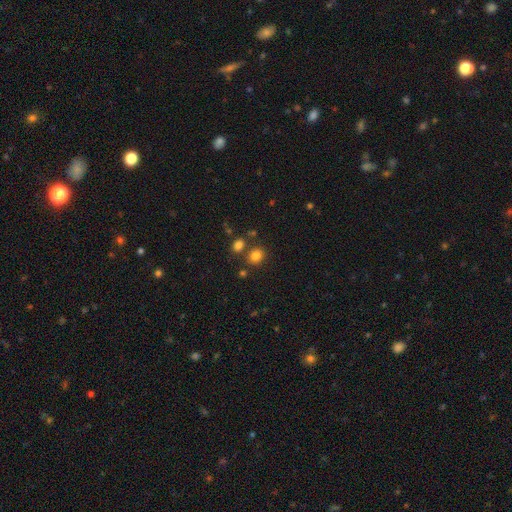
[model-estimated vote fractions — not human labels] smooth 80%, star or artifact 14%, featured or disk 6%. Down the decision tree: how rounded — round (64%); merging — none (73%).